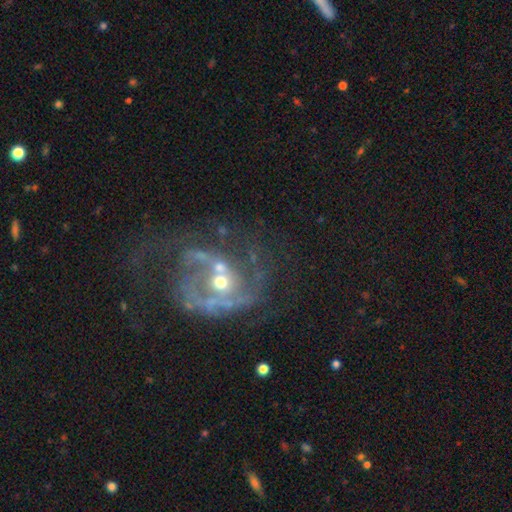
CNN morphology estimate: smooth-or-featured: featured or disk: 81% | star or artifact: 11% | smooth: 8%
  disk-edge-on: no: 98% | yes: 2%
    bar: no: 62% | weak: 28% | strong: 10%
    has-spiral-arms: yes: 81% | no: 19%
      spiral-winding: medium: 45% | loose: 32% | tight: 23%
      spiral-arm-count: 2: 48% | can't tell: 20% | 1: 14% | 3: 10% | 4: 4% | more than 4: 4%
    bulge-size: moderate: 54% | small: 38% | large: 4% | none: 3% | dominant: 1%
  merging: major disturbance: 36% | none: 35% | minor disturbance: 16% | merger: 13%